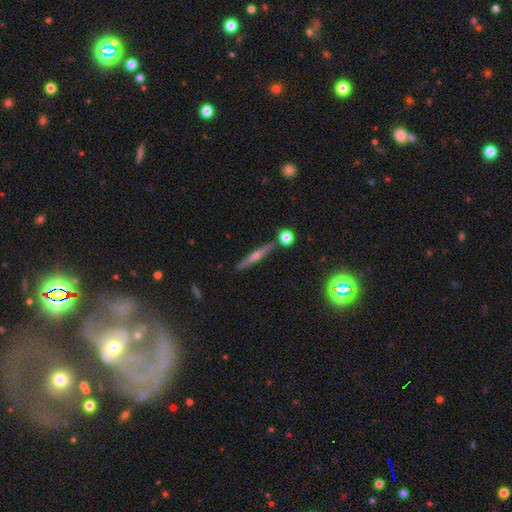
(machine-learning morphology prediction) A featured or disk galaxy (68%) viewed edge-on (97%) with a rounded central bulge (81%). Merging: none (87%).